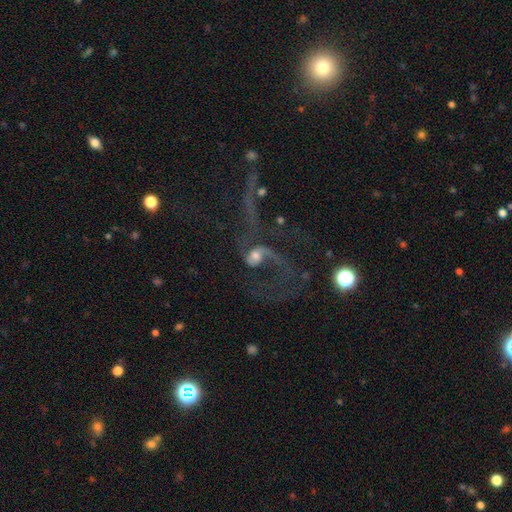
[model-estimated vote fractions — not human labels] The model was most divided on "merging": major disturbance: 47%, none: 25%, merger: 16%, minor disturbance: 11%. More confident: edge-on disk — no (96%); spiral arms — yes (78%); spiral winding — loose (71%); smooth or featured — featured or disk (69%); bar — no (65%); spiral arm count — 2 (55%); bulge size — moderate (52%).